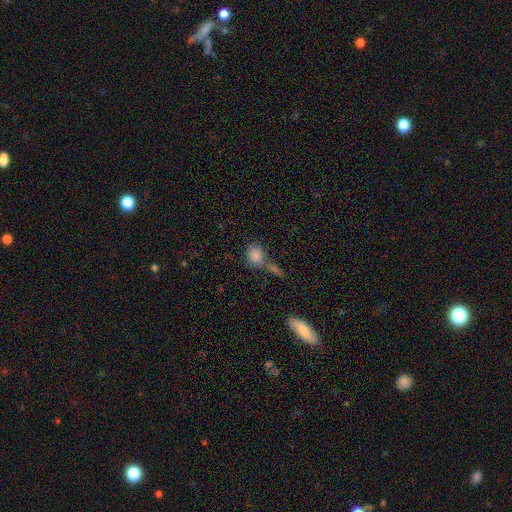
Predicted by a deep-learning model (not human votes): Smooth or featured? Predicted: smooth (p=0.83). How rounded? Predicted: round (p=0.59). Merging? Predicted: none (p=0.50).